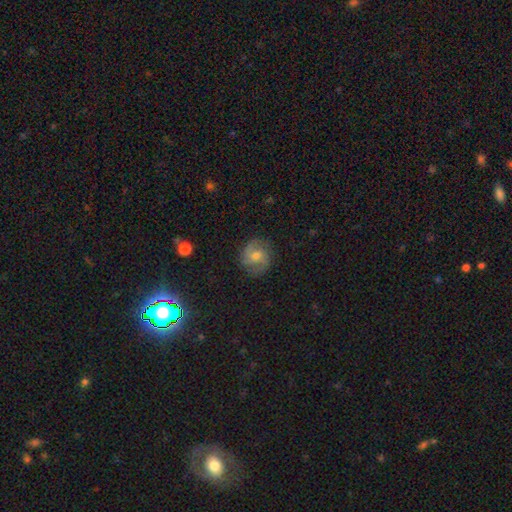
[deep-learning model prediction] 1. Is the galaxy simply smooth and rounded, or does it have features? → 61% featured or disk, 30% smooth, 8% star or artifact.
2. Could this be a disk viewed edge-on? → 97% no, 3% yes.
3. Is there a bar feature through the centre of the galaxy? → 56% no, 36% weak, 8% strong.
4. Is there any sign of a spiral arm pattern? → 89% yes, 11% no.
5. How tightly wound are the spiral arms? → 48% medium, 28% tight, 24% loose.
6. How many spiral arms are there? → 60% 2, 15% can't tell, 14% 3, 4% 1, 3% 4, 3% more than 4.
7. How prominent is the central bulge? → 48% small, 46% moderate, 2% none, 2% large, 1% dominant.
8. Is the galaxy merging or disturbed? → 75% none, 17% minor disturbance, 7% major disturbance, 1% merger.